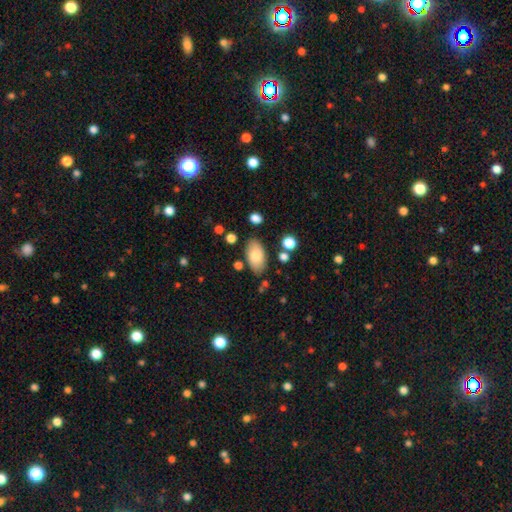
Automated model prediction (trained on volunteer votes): The model was most divided on "smooth or featured": smooth: 80%, featured or disk: 13%, star or artifact: 7%. More confident: how rounded — in between (94%); merging — none (81%).